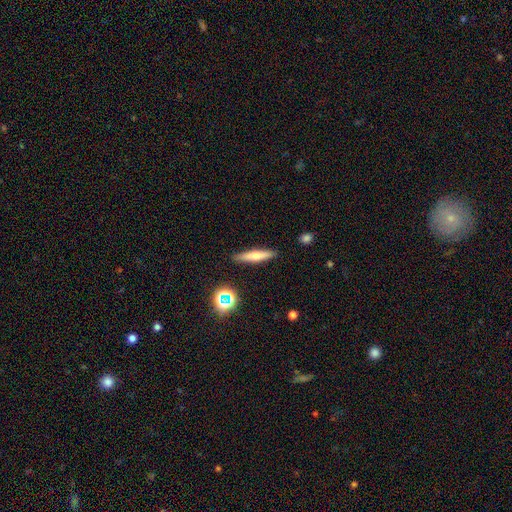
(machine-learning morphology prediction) type=smooth (60%); roundness=cigar-shaped (88%); merging=none (89%).